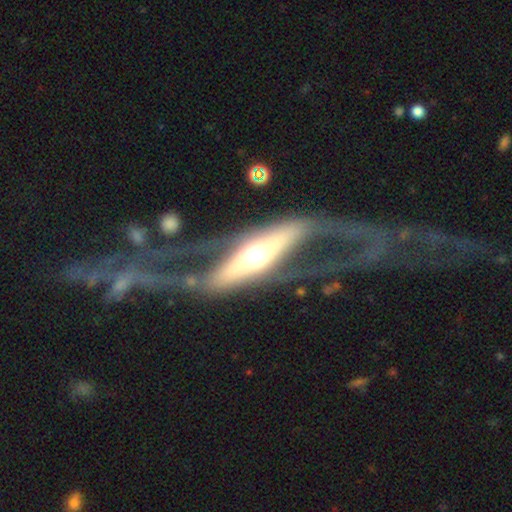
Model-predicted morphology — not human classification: Q: Smooth or featured?
A: featured or disk (77%); runner-up: smooth (18%)
Q: Edge-on disk?
A: no (55%); runner-up: yes (45%)
Q: Merging?
A: none (50%); runner-up: major disturbance (31%)